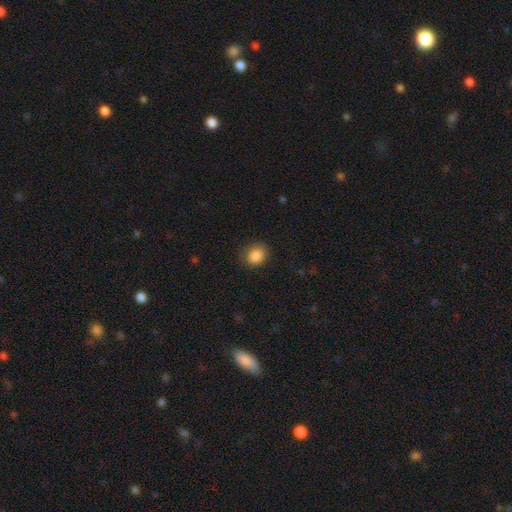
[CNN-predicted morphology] smooth 86%, star or artifact 9%, featured or disk 4%. Down the decision tree: how rounded — round (70%); merging — none (80%).